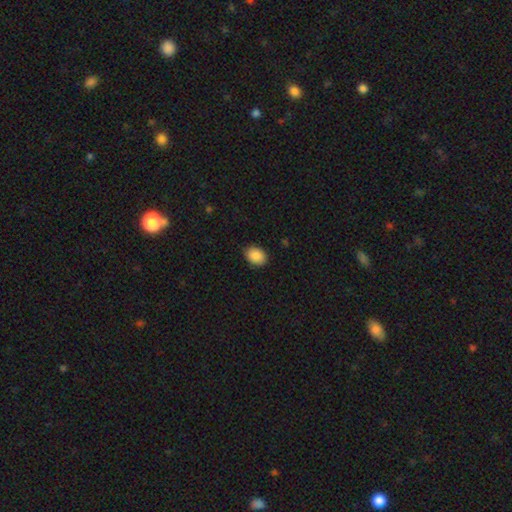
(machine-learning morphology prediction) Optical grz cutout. It shows a smooth galaxy with no disk features (89%) that is in between round and cigar-shaped (68%). Merging: none (83%).